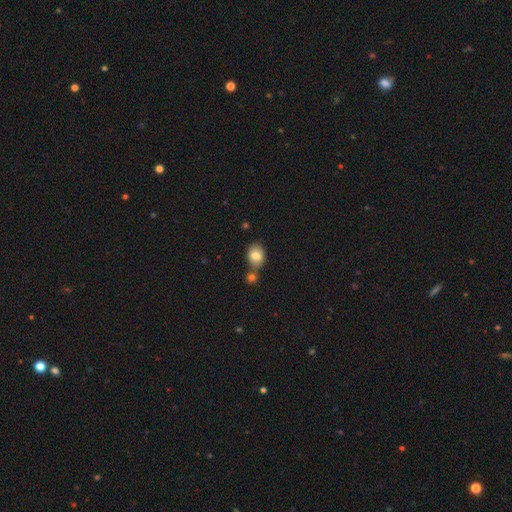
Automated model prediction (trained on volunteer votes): Morphology: type=smooth (80%); roundness=in between (65%); merging=none (58%).